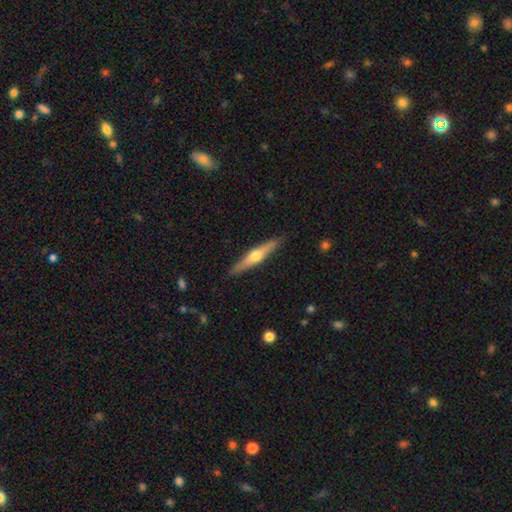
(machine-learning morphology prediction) smooth_or_featured: featured or disk (p=0.61) [alt: smooth p=0.34]
disk_edge_on: yes (p=0.96) [alt: no p=0.04]
edge_on_bulge: rounded (p=0.92) [alt: none p=0.04]
merging: none (p=0.89) [alt: minor disturbance p=0.08]